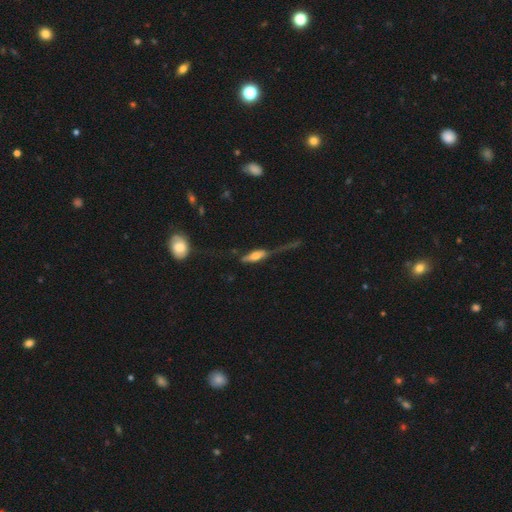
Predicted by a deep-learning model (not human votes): This is possibly a featured or disk galaxy (46%, tied with smooth). Merging: marginally major disturbance (43%).